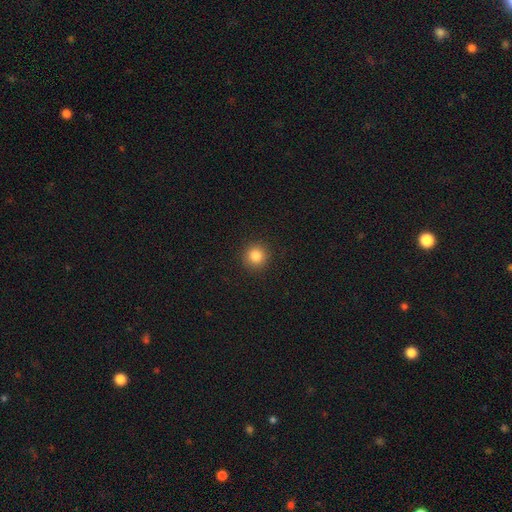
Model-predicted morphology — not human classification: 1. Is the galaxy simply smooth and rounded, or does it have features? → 83% smooth, 11% star or artifact, 5% featured or disk.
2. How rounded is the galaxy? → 94% round, 5% in between, 1% cigar-shaped.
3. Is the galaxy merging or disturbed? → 92% none, 5% minor disturbance, 2% major disturbance, 1% merger.